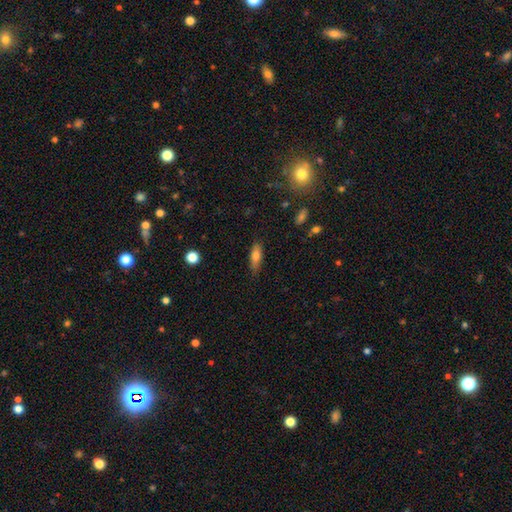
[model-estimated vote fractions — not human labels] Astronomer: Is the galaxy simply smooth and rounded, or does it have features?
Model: smooth — 74%.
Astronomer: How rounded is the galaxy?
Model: in between — 56% (runner-up: cigar-shaped, 42%).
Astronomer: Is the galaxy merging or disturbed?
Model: none — 81%.